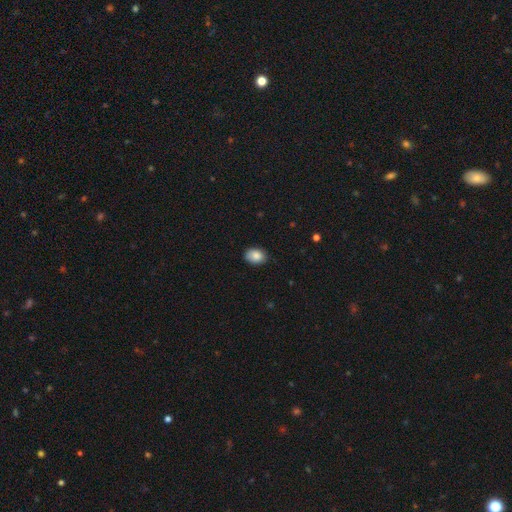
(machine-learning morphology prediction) type=smooth (87%); roundness=in between (74%); merging=none (84%).